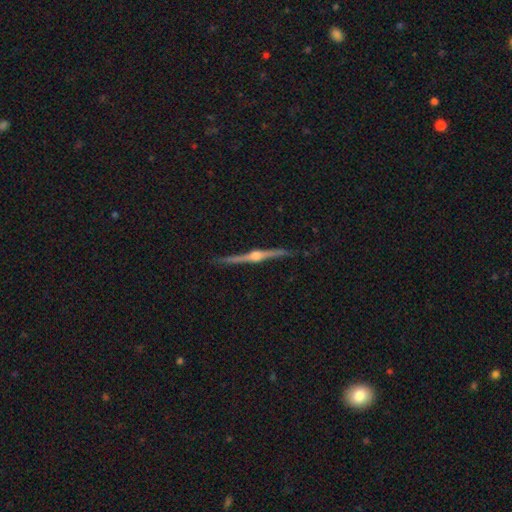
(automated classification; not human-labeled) This appears to be a featured or disk galaxy (88%) viewed edge-on (98%) with a rounded central bulge (94%). Merging: none (89%).